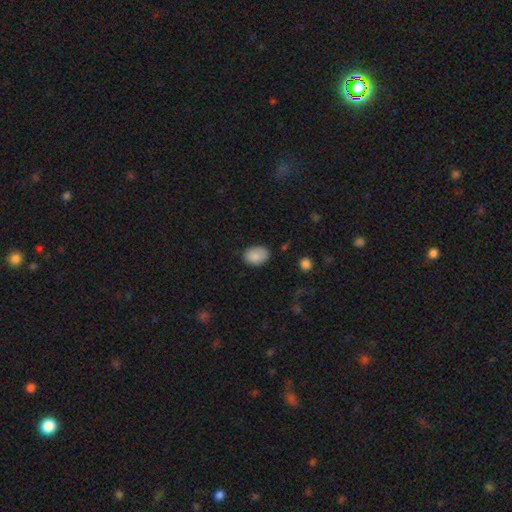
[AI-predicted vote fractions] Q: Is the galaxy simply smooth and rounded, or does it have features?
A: smooth — 88%.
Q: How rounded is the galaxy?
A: in between — 81%.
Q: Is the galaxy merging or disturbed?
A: none — 79%.